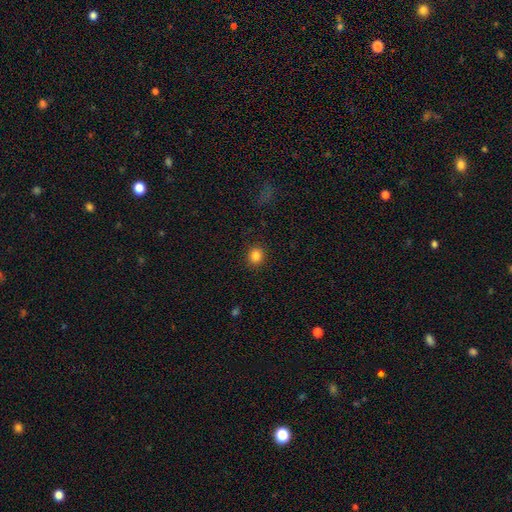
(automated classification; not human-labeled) Morphology: type=smooth (85%); roundness=round (80%); merging=none (90%).